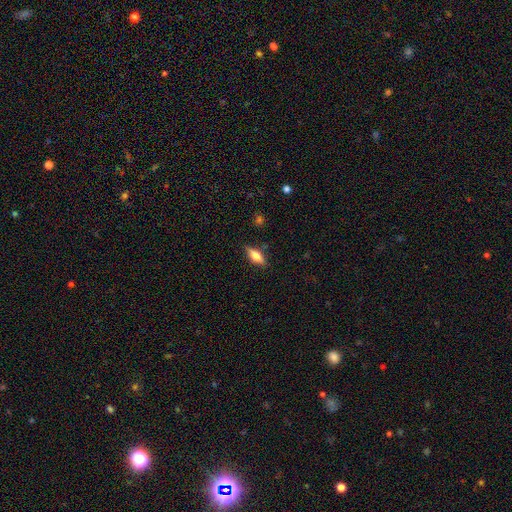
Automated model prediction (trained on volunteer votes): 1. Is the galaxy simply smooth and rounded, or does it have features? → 58% smooth, 34% featured or disk, 8% star or artifact.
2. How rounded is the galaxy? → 65% in between, 32% cigar-shaped, 4% round.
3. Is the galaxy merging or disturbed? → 82% none, 13% minor disturbance, 3% major disturbance, 2% merger.